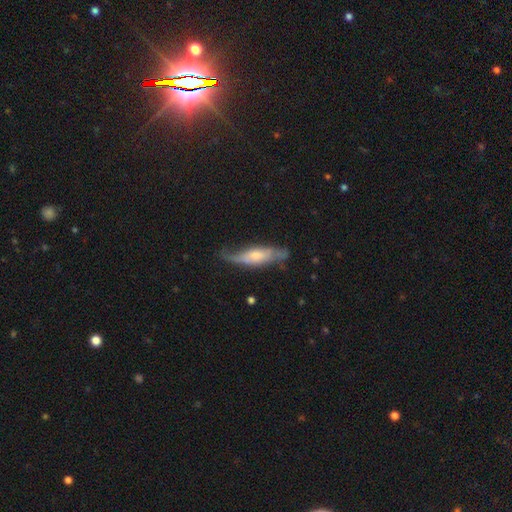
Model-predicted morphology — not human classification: smooth_or_featured: featured or disk (p=0.58) [alt: smooth p=0.36]
disk_edge_on: yes (p=0.51) [alt: no p=0.49]
merging: none (p=0.56) [alt: minor disturbance p=0.28]